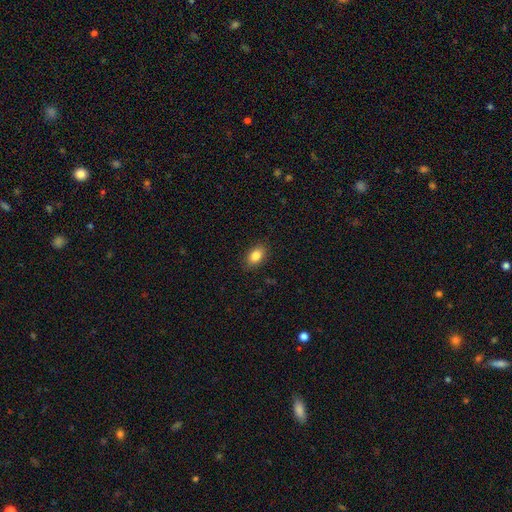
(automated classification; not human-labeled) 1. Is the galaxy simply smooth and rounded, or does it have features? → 84% smooth, 9% star or artifact, 7% featured or disk.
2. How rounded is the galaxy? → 85% in between, 13% round, 2% cigar-shaped.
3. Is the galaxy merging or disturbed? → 87% none, 9% minor disturbance, 2% major disturbance, 1% merger.